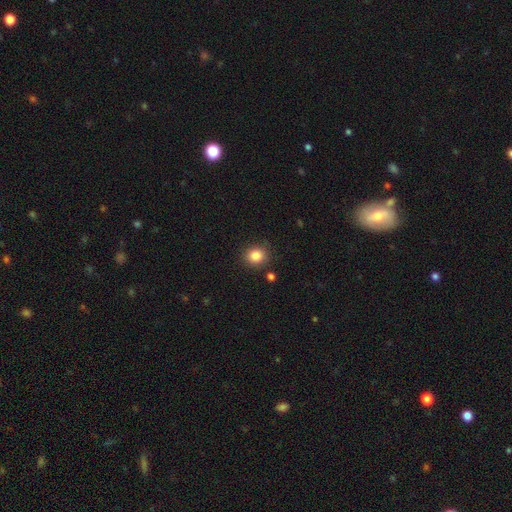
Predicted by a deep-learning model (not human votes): Morphology: type=smooth (85%); roundness=round (80%); merging=none (87%).